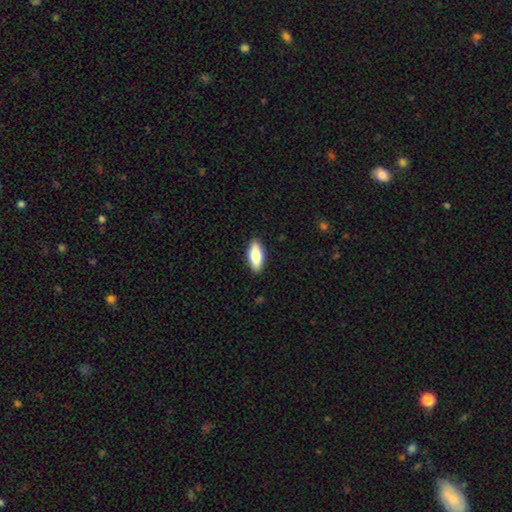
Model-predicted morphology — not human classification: smooth 73%, featured or disk 21%, star or artifact 6%. Down the decision tree: how rounded — in between (77%); merging — none (90%).